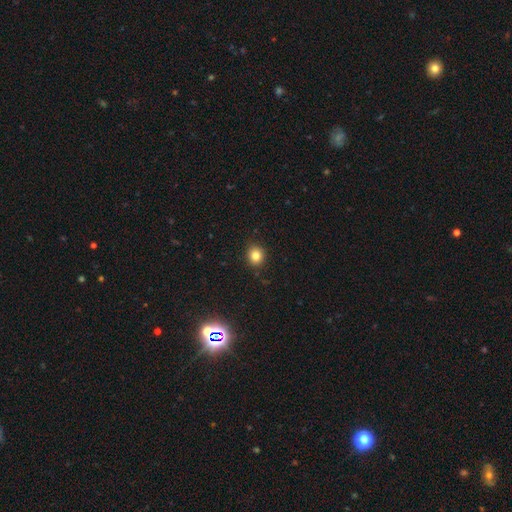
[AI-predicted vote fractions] Smooth or featured? smooth (82%)
How rounded? round (79%)
Merging? none (90%)